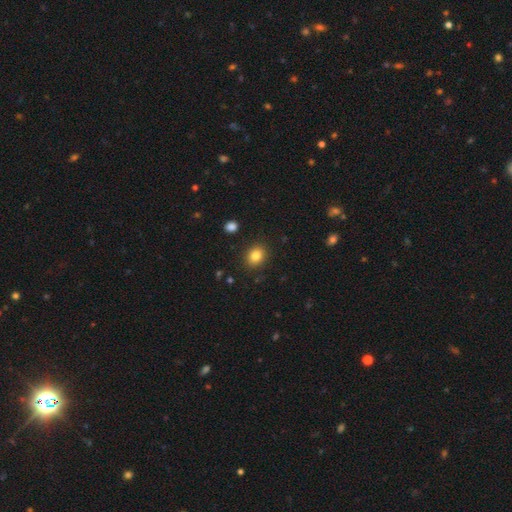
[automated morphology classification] Smooth or featured? smooth (84%)
How rounded? round (60%)
Merging? none (89%)